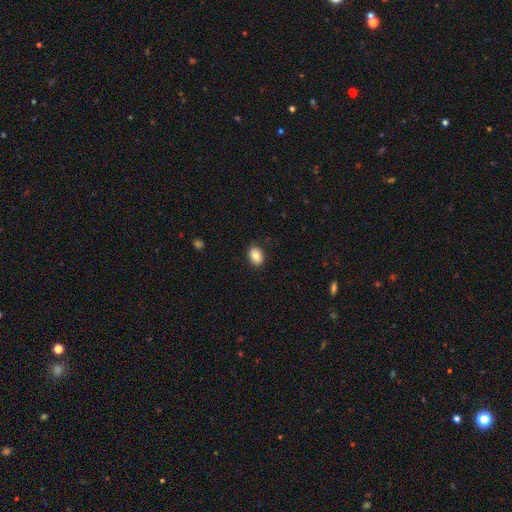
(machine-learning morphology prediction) The model was most divided on "how rounded": in between: 65%, round: 34%, cigar-shaped: 1%. More confident: merging — none (89%); smooth or featured — smooth (83%).